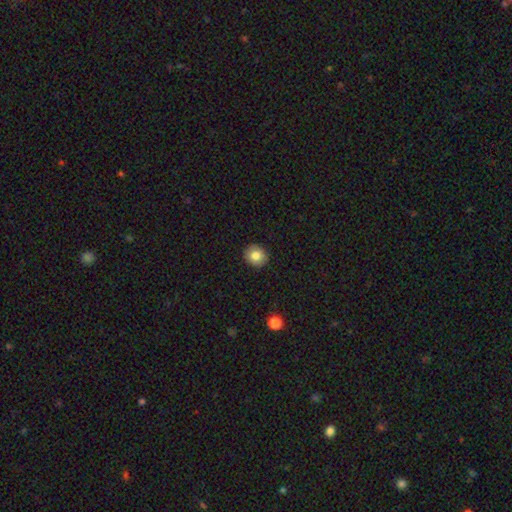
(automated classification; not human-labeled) smooth 82%, star or artifact 9%, featured or disk 9%. Down the decision tree: how rounded — round (83%); merging — none (92%).